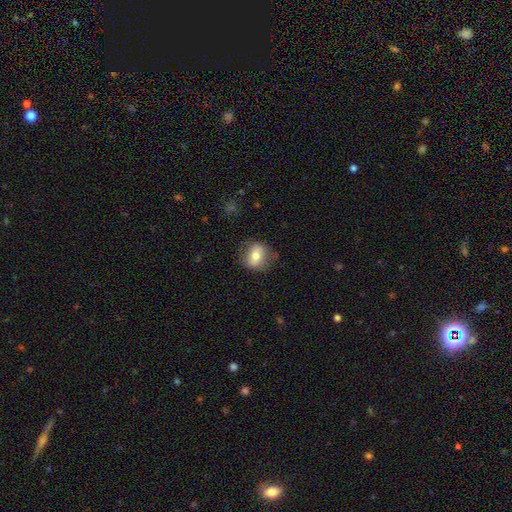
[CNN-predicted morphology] Smooth or featured?
  - smooth: 66% *
  - featured or disk: 26%
  - star or artifact: 8%
How rounded?
  - round: 58% *
  - in between: 41%
  - cigar-shaped: 2%
Merging?
  - none: 76% *
  - minor disturbance: 17%
  - major disturbance: 6%
  - merger: 1%